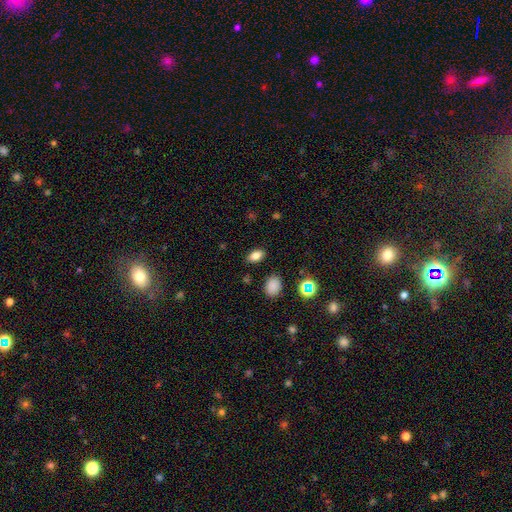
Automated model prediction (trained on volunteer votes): Smooth or featured? Predicted: smooth (p=0.81). How rounded? Predicted: in between (p=0.88). Merging? Predicted: none (p=0.86).